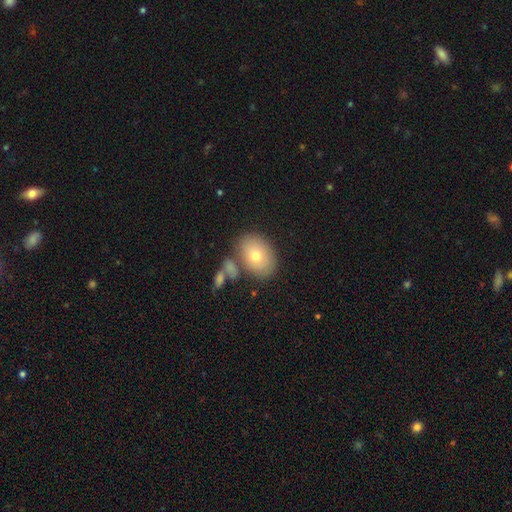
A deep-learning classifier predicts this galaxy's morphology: Smooth or featured?
  - smooth: 71% *
  - featured or disk: 20%
  - star or artifact: 9%
How rounded?
  - in between: 77% *
  - round: 21%
  - cigar-shaped: 1%
Merging?
  - none: 68% *
  - merger: 15%
  - minor disturbance: 13%
  - major disturbance: 4%